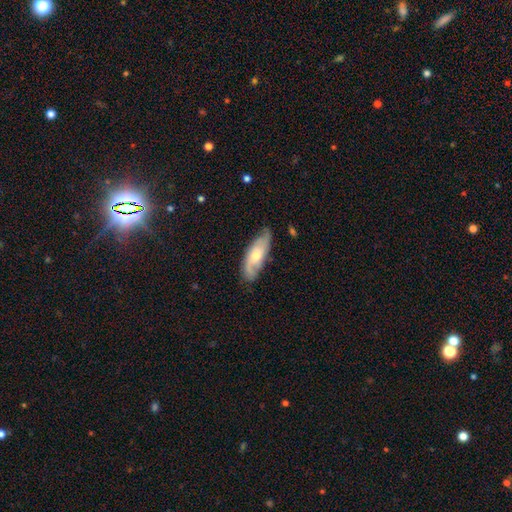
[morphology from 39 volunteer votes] Overall: featured or disk (77%). Edge-on disk: no (90%). Bar: no (67%). Spiral arms: yes (96%). Spiral arm count: 2 (73%). Spiral winding: medium (46%; tight 42%). Bulge size: moderate (67%). Merging: none (74%).